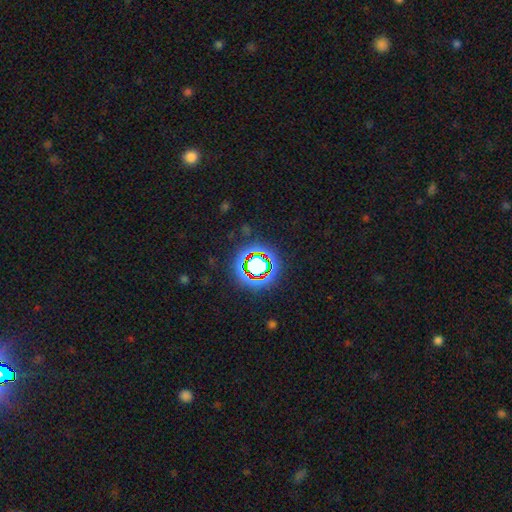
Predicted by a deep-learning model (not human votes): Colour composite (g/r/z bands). It shows a star or artifact, not a galaxy (77%).